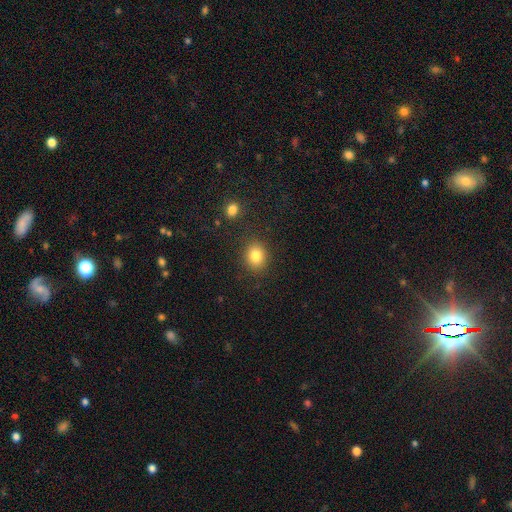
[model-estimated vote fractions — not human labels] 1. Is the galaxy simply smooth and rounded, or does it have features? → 83% smooth, 10% star or artifact, 7% featured or disk.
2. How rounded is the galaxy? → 62% round, 37% in between, 1% cigar-shaped.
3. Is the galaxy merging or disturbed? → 86% none, 9% minor disturbance, 3% major disturbance, 3% merger.